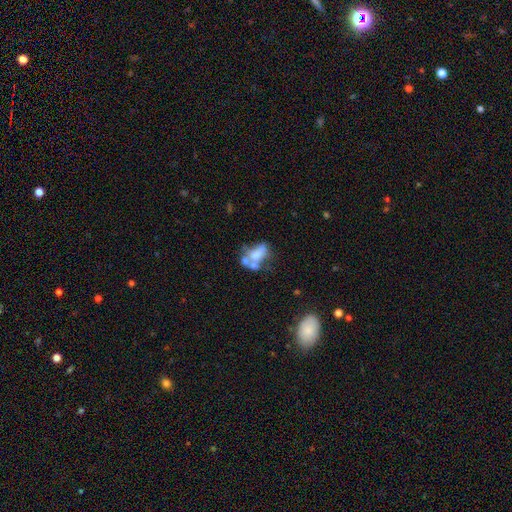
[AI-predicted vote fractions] Morphology: type=smooth (46%); merging=merger (46%).